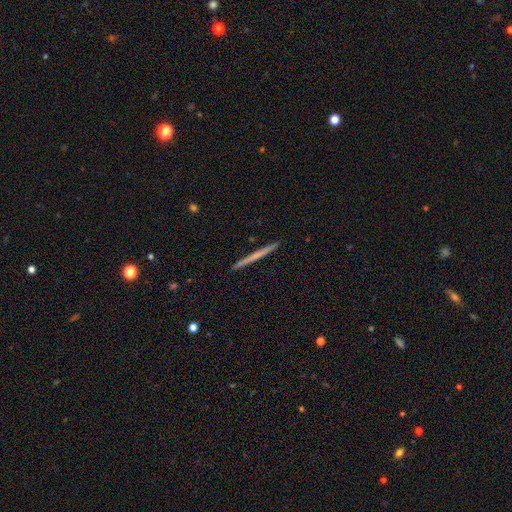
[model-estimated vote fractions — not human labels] Smooth or featured: smooth — 49% (featured or disk — 45%)
Merging: none — 93% (minor disturbance — 4%)